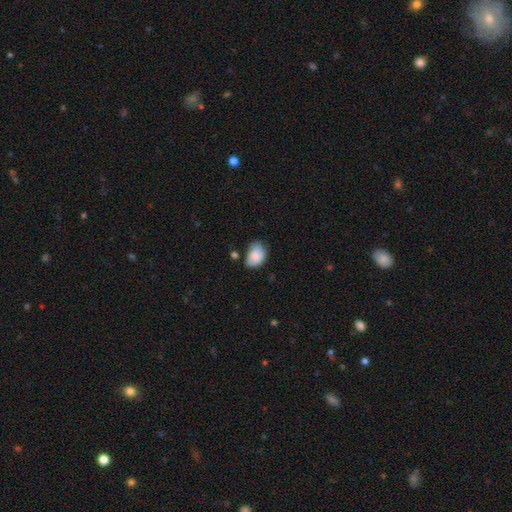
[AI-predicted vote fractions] Morphology: type=smooth (81%); roundness=in between (77%); merging=none (48%).